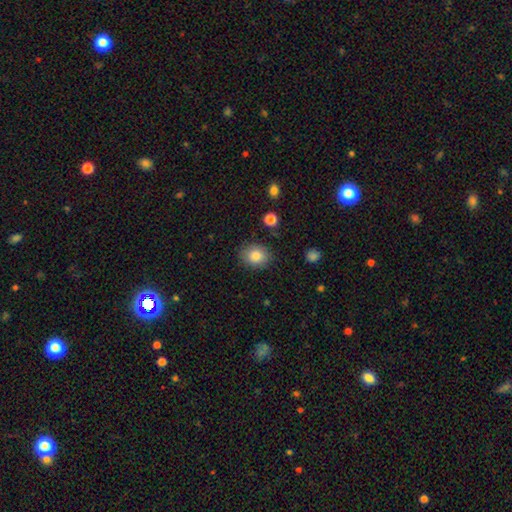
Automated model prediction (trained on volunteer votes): smooth_or_featured: smooth (p=0.85) [alt: star or artifact p=0.09]
how_rounded: round (p=0.52) [alt: in between p=0.47]
merging: none (p=0.84) [alt: minor disturbance p=0.11]